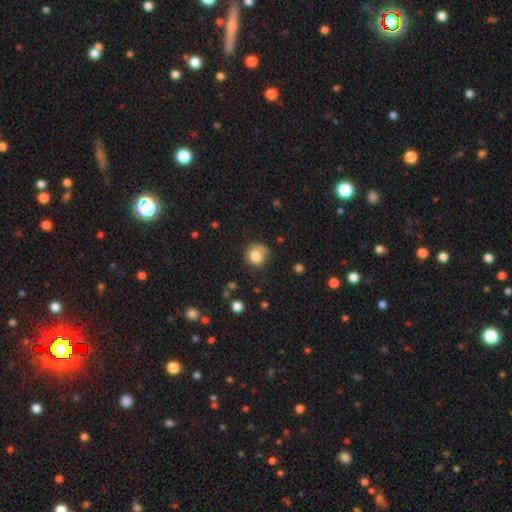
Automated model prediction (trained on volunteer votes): smooth 79%, featured or disk 12%, star or artifact 9%. Down the decision tree: how rounded — round (84%); merging — none (60%).